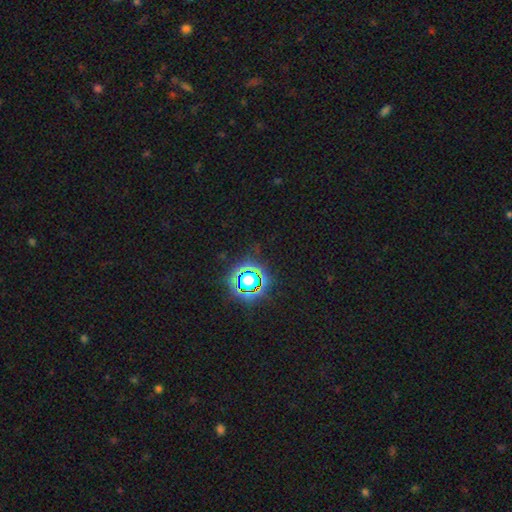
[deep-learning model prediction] Smooth or featured? Predicted: star or artifact (p=0.80).